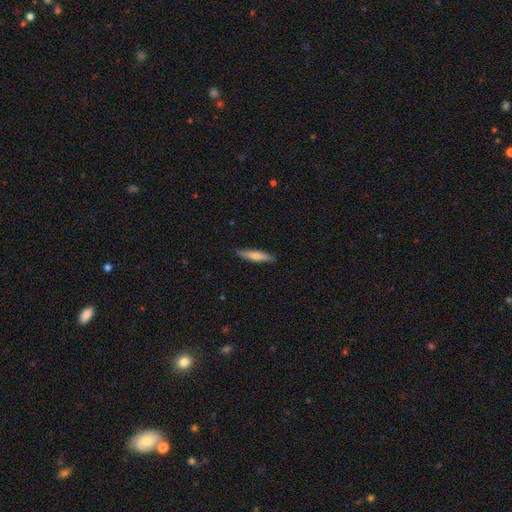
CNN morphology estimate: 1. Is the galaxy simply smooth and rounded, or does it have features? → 60% smooth, 34% featured or disk, 6% star or artifact.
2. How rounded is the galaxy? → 88% cigar-shaped, 10% in between, 2% round.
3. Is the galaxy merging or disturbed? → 89% none, 8% minor disturbance, 1% major disturbance, 1% merger.